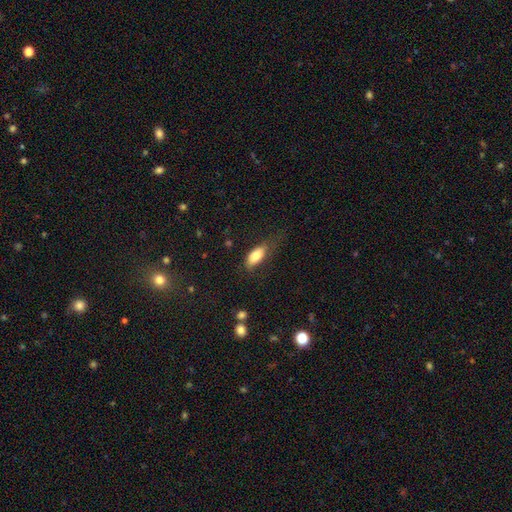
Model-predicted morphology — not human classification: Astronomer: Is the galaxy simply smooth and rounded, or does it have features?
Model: smooth — 81%.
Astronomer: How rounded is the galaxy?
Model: in between — 85%.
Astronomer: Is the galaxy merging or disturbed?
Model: none — 58%.